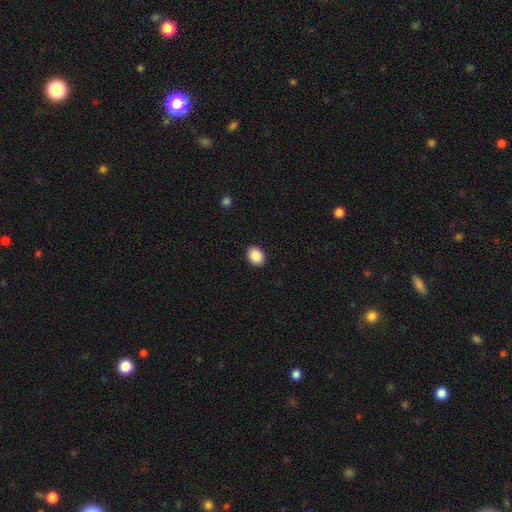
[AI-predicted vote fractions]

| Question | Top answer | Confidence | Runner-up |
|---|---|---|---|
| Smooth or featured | smooth | 89% | star or artifact (8%) |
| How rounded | in between | 59% | round (41%) |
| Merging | none | 91% | minor disturbance (6%) |